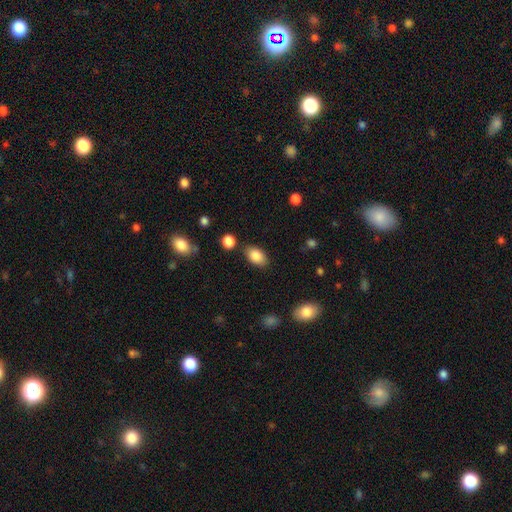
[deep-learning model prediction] smooth-or-featured: smooth: 85% | star or artifact: 8% | featured or disk: 7%
  how-rounded: in between: 90% | round: 8% | cigar-shaped: 1%
  merging: none: 82% | minor disturbance: 11% | merger: 4% | major disturbance: 3%